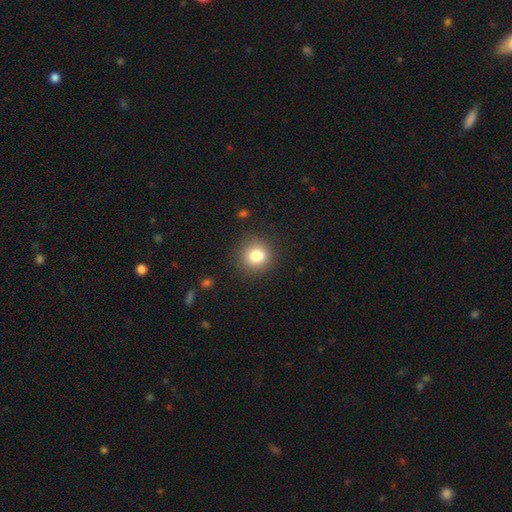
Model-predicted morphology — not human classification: Smooth or featured? smooth (81%)
How rounded? round (87%)
Merging? none (81%)